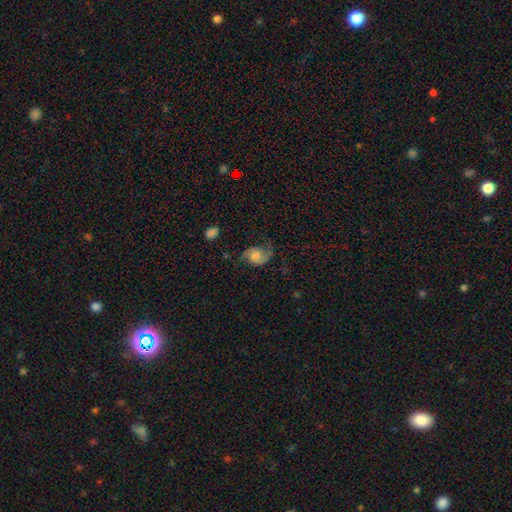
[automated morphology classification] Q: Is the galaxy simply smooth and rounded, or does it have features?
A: featured or disk — 62%.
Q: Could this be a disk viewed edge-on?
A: no — 97%.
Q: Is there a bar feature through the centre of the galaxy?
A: no — 65%.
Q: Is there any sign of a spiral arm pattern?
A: yes — 92%.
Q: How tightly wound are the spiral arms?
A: loose — 48%.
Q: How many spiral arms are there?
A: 2 — 85%.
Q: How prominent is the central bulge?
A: moderate — 47%.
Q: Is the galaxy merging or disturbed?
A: none — 60%.